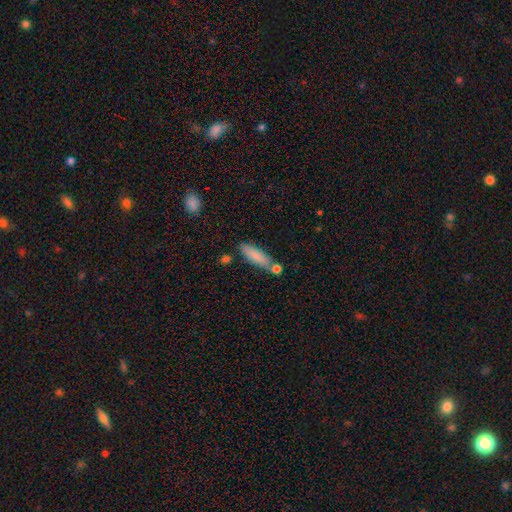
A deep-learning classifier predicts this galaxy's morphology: Smooth or featured? smooth (82%)
How rounded? cigar-shaped (51%)
Merging? none (65%)